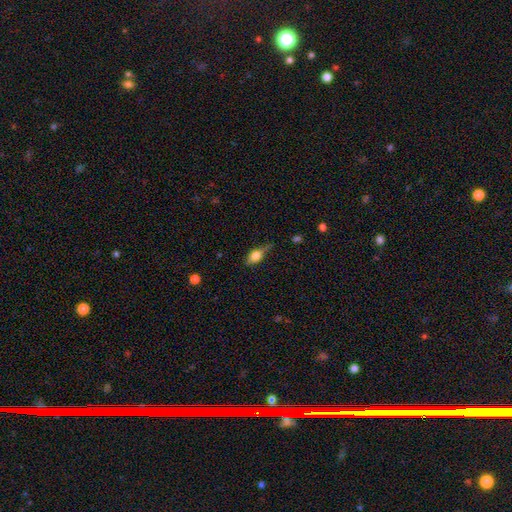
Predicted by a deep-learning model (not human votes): Q: Smooth or featured?
A: smooth (67%); runner-up: featured or disk (24%)
Q: How rounded?
A: in between (76%); runner-up: round (14%)
Q: Merging?
A: none (54%); runner-up: minor disturbance (32%)